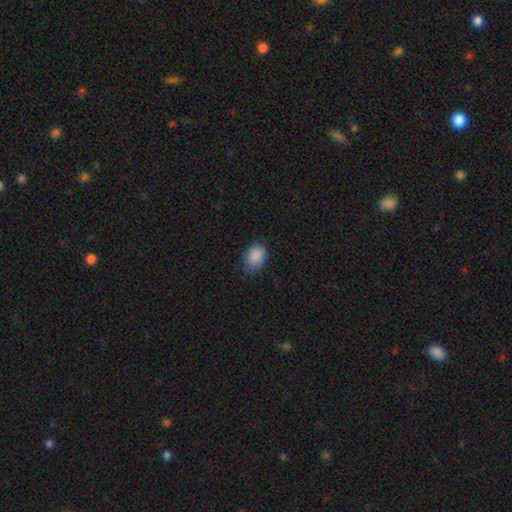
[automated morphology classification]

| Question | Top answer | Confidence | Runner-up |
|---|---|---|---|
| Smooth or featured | smooth | 87% | star or artifact (8%) |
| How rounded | in between | 60% | round (39%) |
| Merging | none | 67% | minor disturbance (26%) |